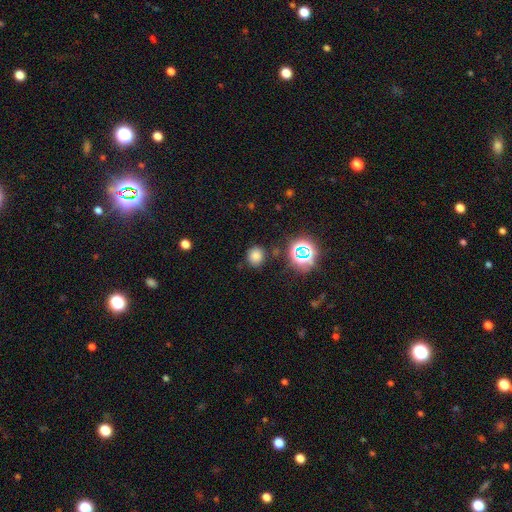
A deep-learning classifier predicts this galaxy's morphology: Smooth or featured? Predicted: smooth (p=0.74). How rounded? Predicted: round (p=0.82). Merging? Predicted: none (p=0.84).